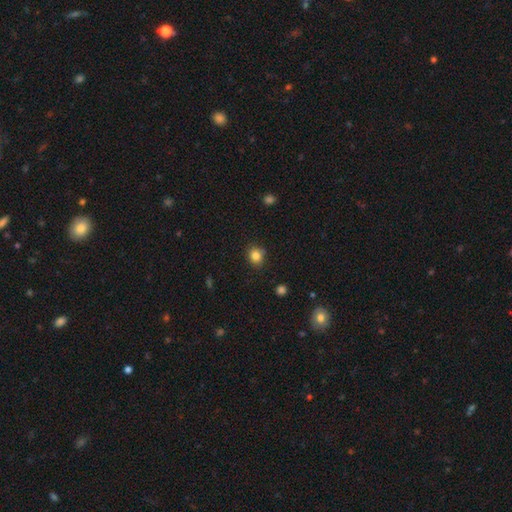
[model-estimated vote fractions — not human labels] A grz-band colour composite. It shows a smooth galaxy with no disk features (83%) that is round (74%). Merging: none (83%).